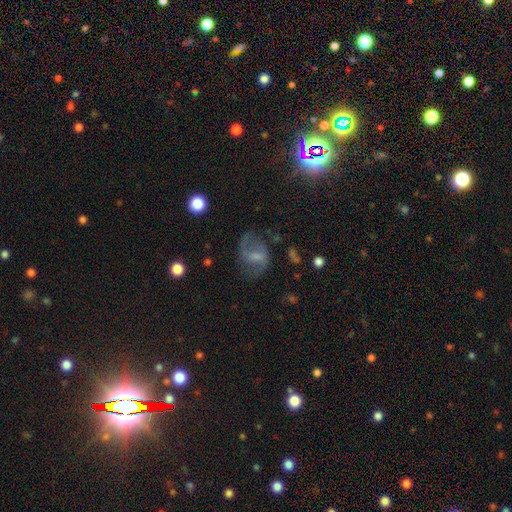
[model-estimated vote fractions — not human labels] This is likely a featured or disk galaxy (63%). It is clearly not viewed edge-on (97%). Bar: possibly weak (51%). Spiral arm pattern: clearly yes (81%). Central bulge: marginally none (32%). Merging: possibly none (58%).